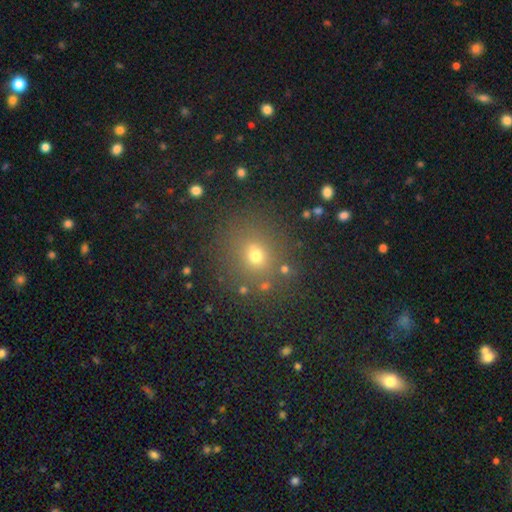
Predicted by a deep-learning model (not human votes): Smooth or featured? smooth (66%)
How rounded? round (76%)
Merging? none (82%)